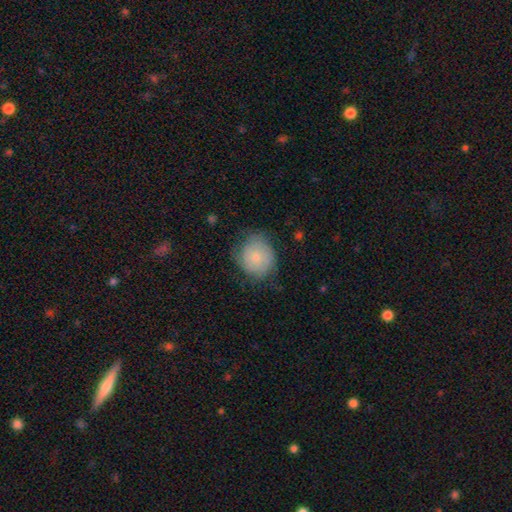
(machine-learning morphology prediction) smooth-or-featured: smooth: 68% | featured or disk: 25% | star or artifact: 7%
  how-rounded: round: 73% | in between: 26% | cigar-shaped: 1%
  merging: none: 60% | minor disturbance: 30% | major disturbance: 9% | merger: 1%